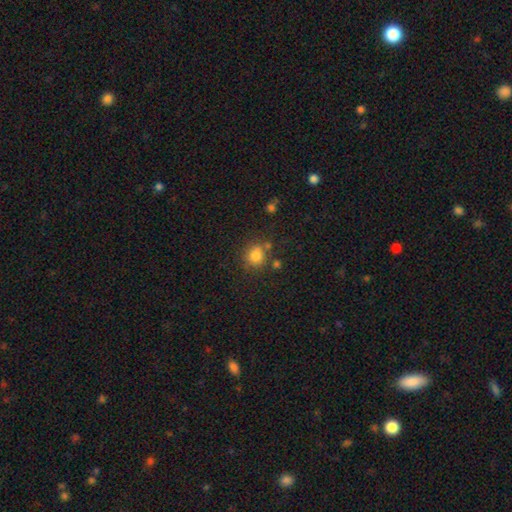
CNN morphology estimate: smooth 79%, star or artifact 13%, featured or disk 8%. Down the decision tree: how rounded — round (76%); merging — none (66%).